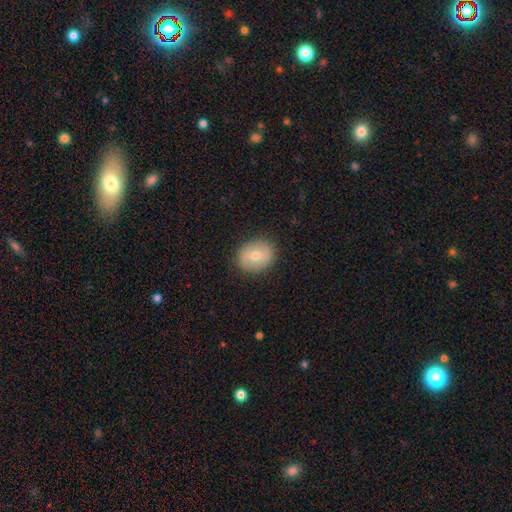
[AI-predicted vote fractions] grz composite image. It shows a smooth galaxy with no disk features (68%) that is round (62%). Merging: none (88%).